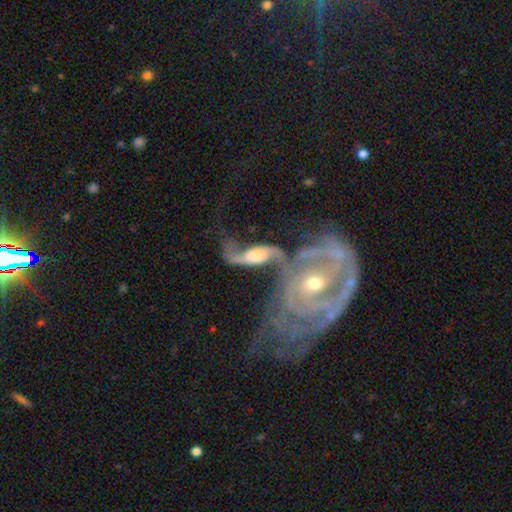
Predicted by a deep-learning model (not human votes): Morphology: type=featured or disk (79%); edge-on=no (92%); bar=no (45%); spiral arms=yes (93%); winding=loose (79%); arm count=2 (90%); bulge=moderate (41%); merging=merger (56%).